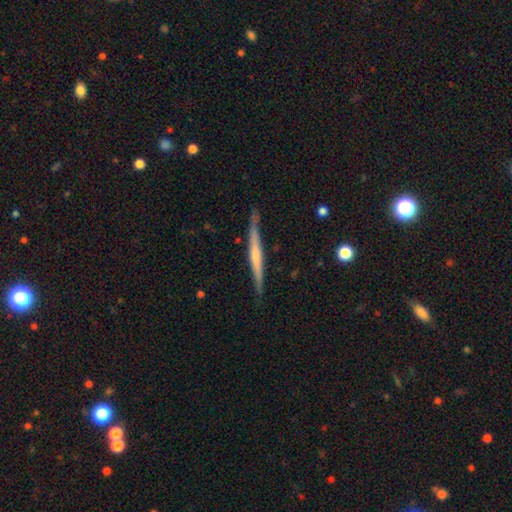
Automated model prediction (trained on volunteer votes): A featured or disk galaxy (60%) viewed edge-on (97%) with no central bulge (53%). Merging: none (84%).